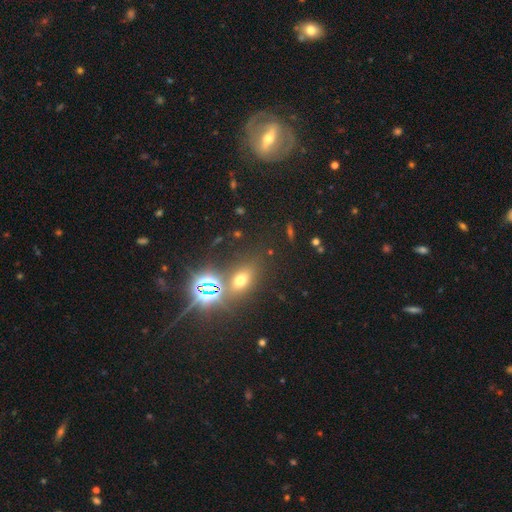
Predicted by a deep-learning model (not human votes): Overall: star or artifact (45%; smooth 39%).